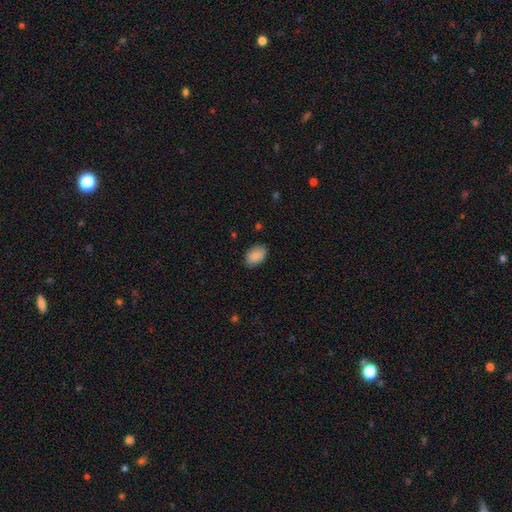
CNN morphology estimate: This is clearly a smooth galaxy (87%). How rounded: clearly in between (88%). Merging: clearly none (83%).